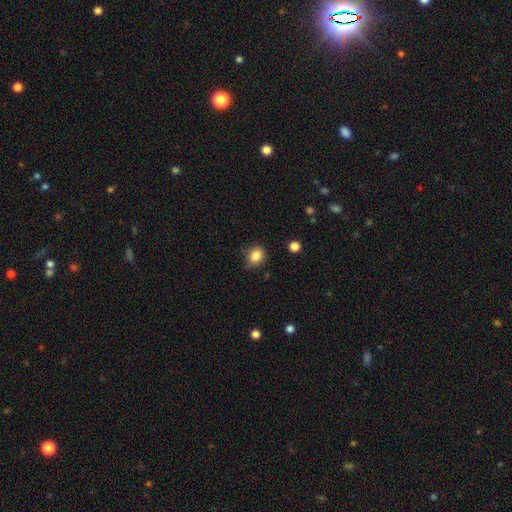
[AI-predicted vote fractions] Q: Smooth or featured?
A: smooth (84%); runner-up: star or artifact (10%)
Q: How rounded?
A: round (63%); runner-up: in between (36%)
Q: Merging?
A: none (69%); runner-up: minor disturbance (24%)